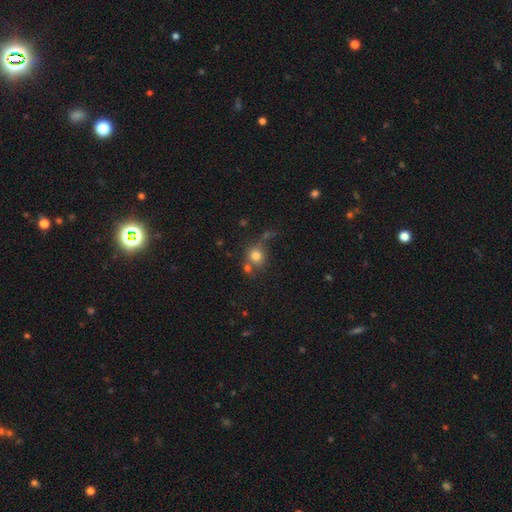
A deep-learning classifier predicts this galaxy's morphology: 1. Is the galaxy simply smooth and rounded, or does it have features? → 78% smooth, 12% star or artifact, 10% featured or disk.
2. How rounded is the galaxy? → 85% round, 14% in between, 1% cigar-shaped.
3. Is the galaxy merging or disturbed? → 54% none, 25% merger, 14% minor disturbance, 7% major disturbance.